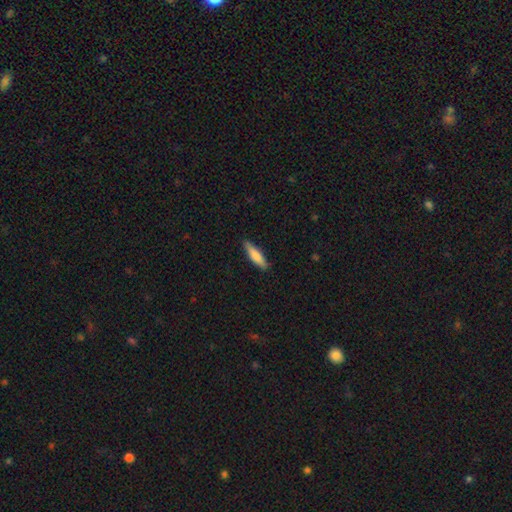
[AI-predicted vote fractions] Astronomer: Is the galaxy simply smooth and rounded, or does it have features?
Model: smooth — 77%.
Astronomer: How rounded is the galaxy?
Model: cigar-shaped — 74%.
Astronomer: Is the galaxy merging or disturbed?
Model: none — 86%.